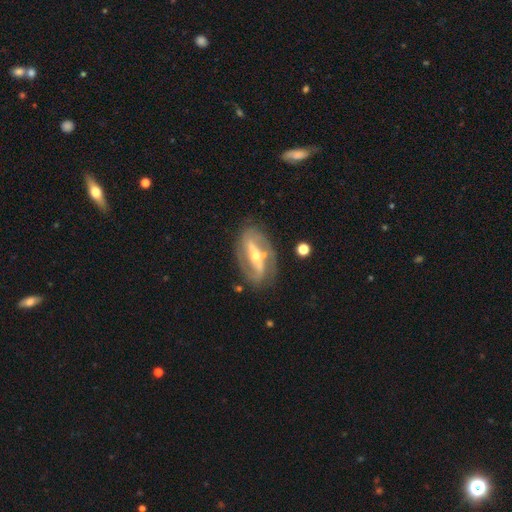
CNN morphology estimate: Q: Smooth or featured?
A: featured or disk (84%); runner-up: smooth (10%)
Q: Edge-on disk?
A: no (85%); runner-up: yes (15%)
Q: Bar?
A: strong (71%); runner-up: weak (17%)
Q: Spiral arms?
A: yes (80%); runner-up: no (20%)
Q: Spiral winding?
A: medium (38%); runner-up: tight (33%)
Q: Spiral arm count?
A: 2 (81%); runner-up: can't tell (11%)
Q: Bulge size?
A: moderate (51%); runner-up: small (45%)
Q: Merging?
A: none (75%); runner-up: minor disturbance (15%)